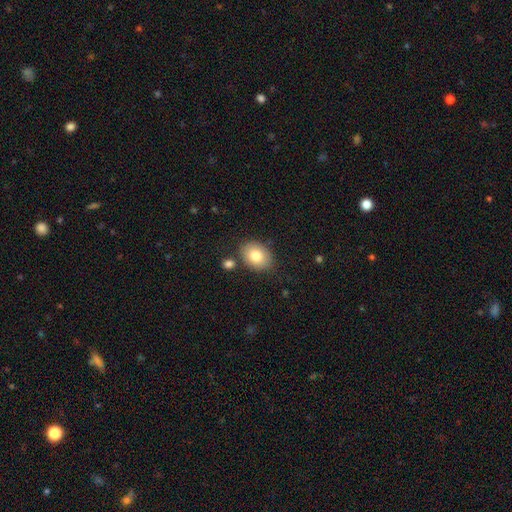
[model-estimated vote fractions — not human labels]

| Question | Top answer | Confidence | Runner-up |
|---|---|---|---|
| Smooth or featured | smooth | 81% | featured or disk (11%) |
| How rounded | in between | 71% | round (28%) |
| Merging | none | 80% | minor disturbance (12%) |